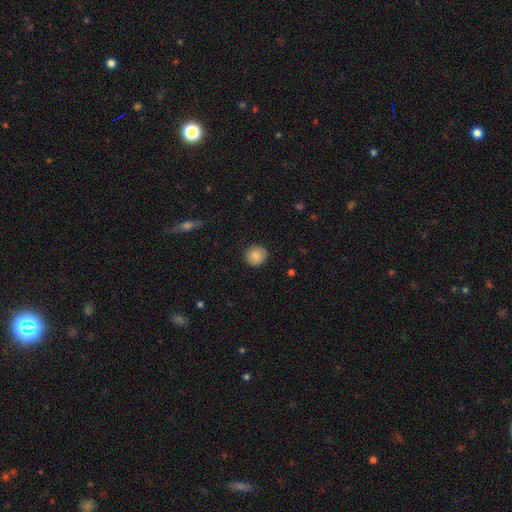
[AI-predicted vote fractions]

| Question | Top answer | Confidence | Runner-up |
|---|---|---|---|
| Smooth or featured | smooth | 86% | star or artifact (8%) |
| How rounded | round | 92% | in between (7%) |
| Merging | none | 91% | minor disturbance (6%) |